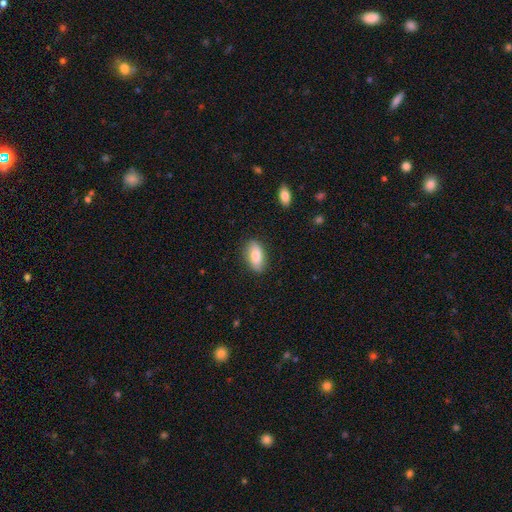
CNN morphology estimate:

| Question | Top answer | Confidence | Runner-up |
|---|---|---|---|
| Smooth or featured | smooth | 78% | featured or disk (16%) |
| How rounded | in between | 90% | cigar-shaped (6%) |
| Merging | none | 85% | minor disturbance (11%) |